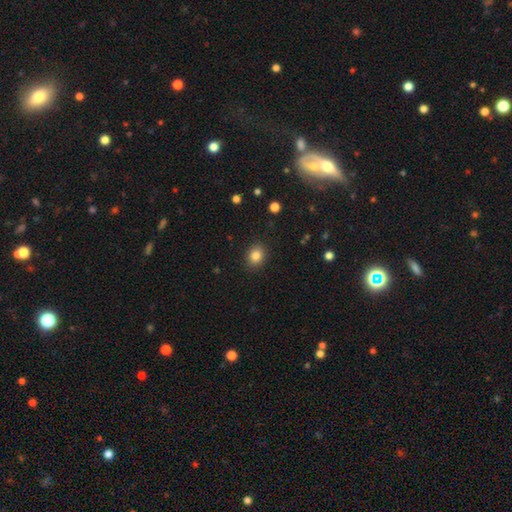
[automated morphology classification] Smooth or featured: smooth — 84% (star or artifact — 10%)
How rounded: round — 59% (in between — 40%)
Merging: none — 89% (minor disturbance — 8%)